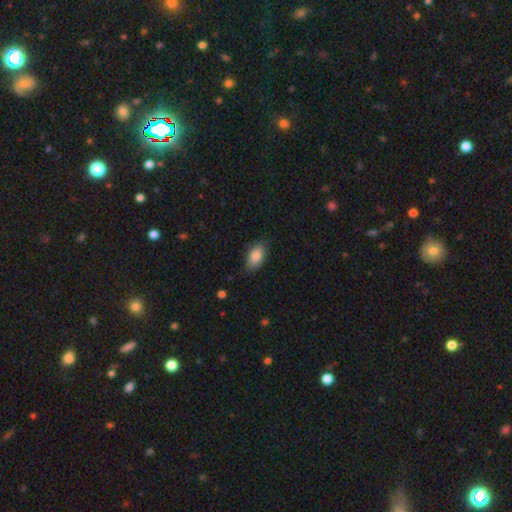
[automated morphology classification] smooth 85%, featured or disk 8%, star or artifact 7%. Down the decision tree: how rounded — in between (93%); merging — none (79%).